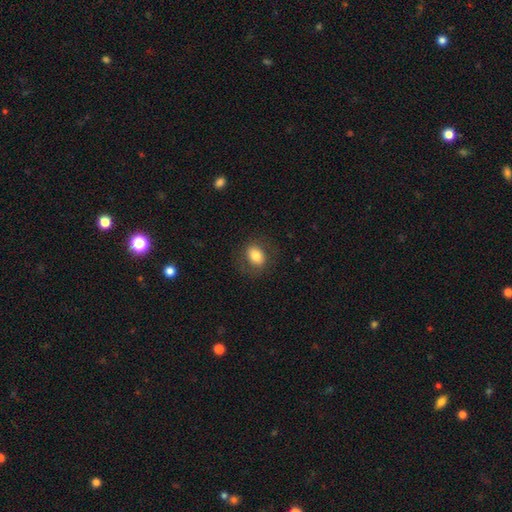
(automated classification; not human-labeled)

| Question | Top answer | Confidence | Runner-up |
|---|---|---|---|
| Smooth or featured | smooth | 79% | featured or disk (12%) |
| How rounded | in between | 63% | round (36%) |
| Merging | none | 80% | minor disturbance (13%) |